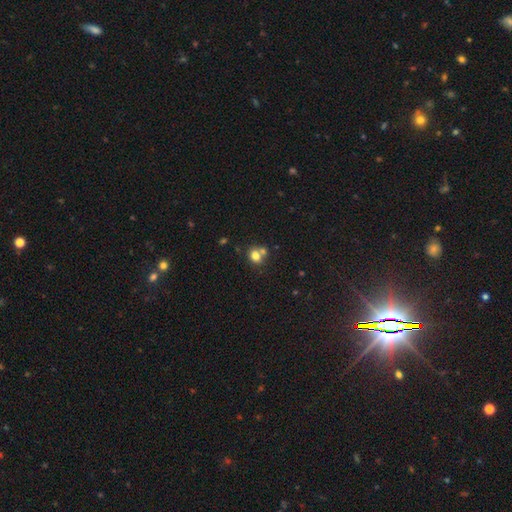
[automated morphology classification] This is likely a smooth galaxy (77%). How rounded: possibly round (56%). Merging: possibly none (50%).